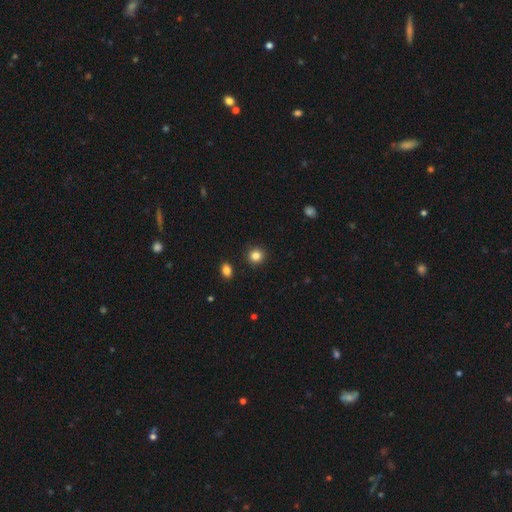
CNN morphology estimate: type=smooth (84%); roundness=round (90%); merging=none (91%).